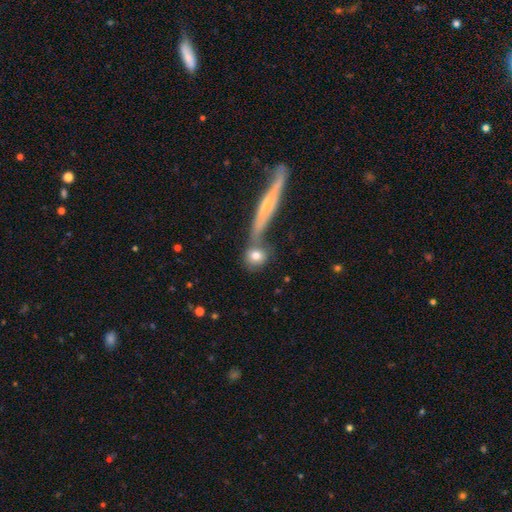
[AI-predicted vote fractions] A smooth galaxy with no disk features (75%) that is round (74%). Merging: none (57%).